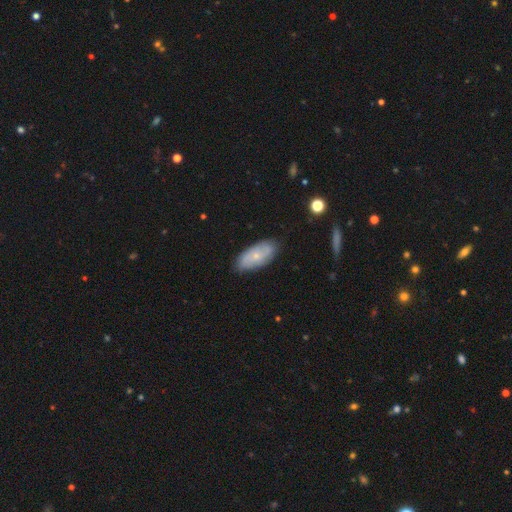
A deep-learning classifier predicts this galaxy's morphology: Smooth or featured?
  - smooth: 52% *
  - featured or disk: 41%
  - star or artifact: 6%
How rounded?
  - in between: 88% *
  - cigar-shaped: 9%
  - round: 3%
Merging?
  - none: 80% *
  - minor disturbance: 15%
  - major disturbance: 3%
  - merger: 2%